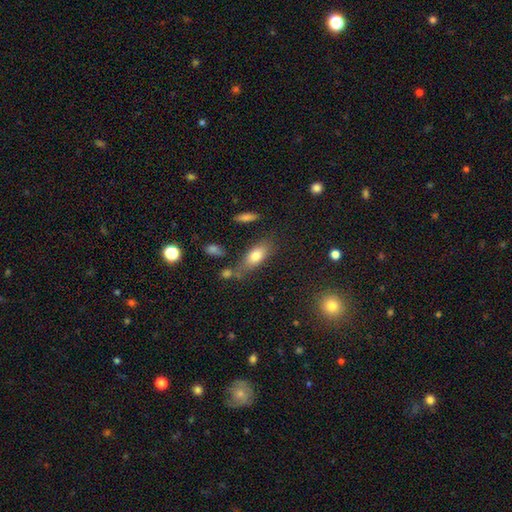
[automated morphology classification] smooth_or_featured: smooth (p=0.78) [alt: featured or disk p=0.14]
how_rounded: in between (p=0.82) [alt: cigar-shaped p=0.13]
merging: none (p=0.61) [alt: minor disturbance p=0.20]